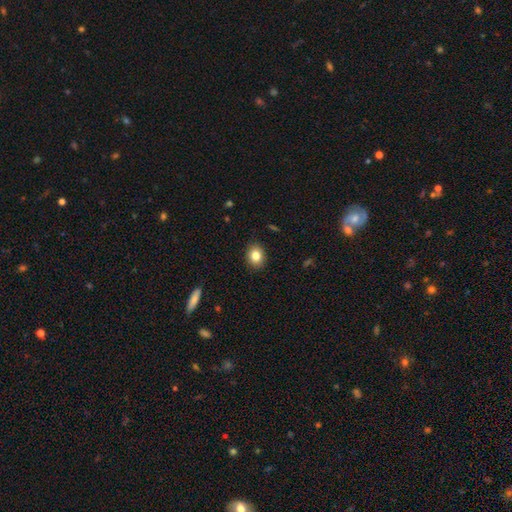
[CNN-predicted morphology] Smooth or featured? Predicted: smooth (p=0.83). How rounded? Predicted: round (p=0.51). Merging? Predicted: none (p=0.89).